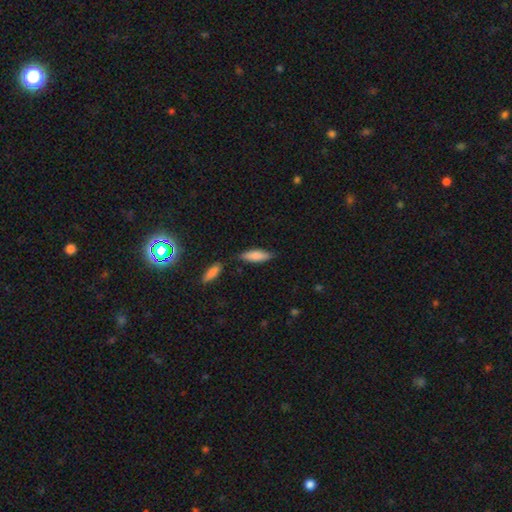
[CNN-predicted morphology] smooth 82%, featured or disk 12%, star or artifact 6%. Down the decision tree: how rounded — in between (53%); merging — none (71%).